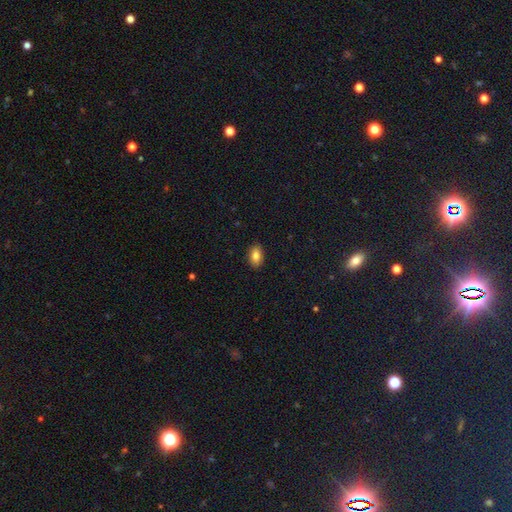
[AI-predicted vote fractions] The model was most divided on "smooth or featured": smooth: 83%, featured or disk: 9%, star or artifact: 8%. More confident: merging — none (89%); how rounded — in between (88%).